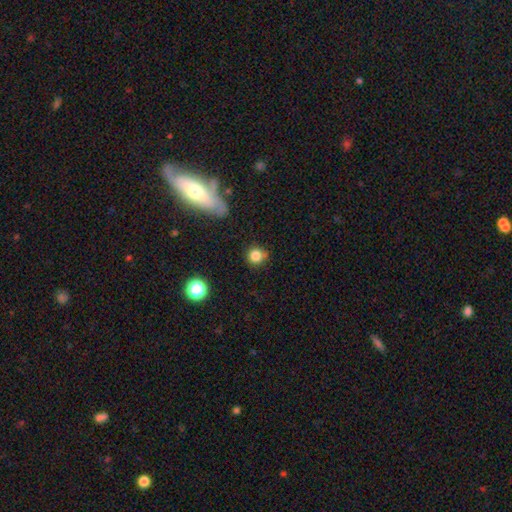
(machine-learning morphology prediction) smooth 83%, star or artifact 12%, featured or disk 6%. Down the decision tree: how rounded — round (89%); merging — none (76%).